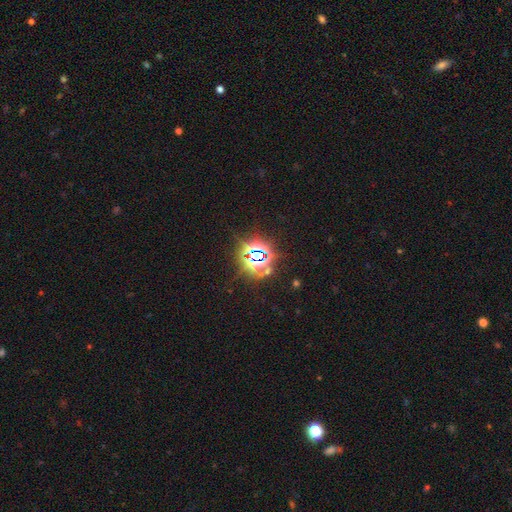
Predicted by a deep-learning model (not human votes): This is likely a star or artifact rather than a galaxy (80%).